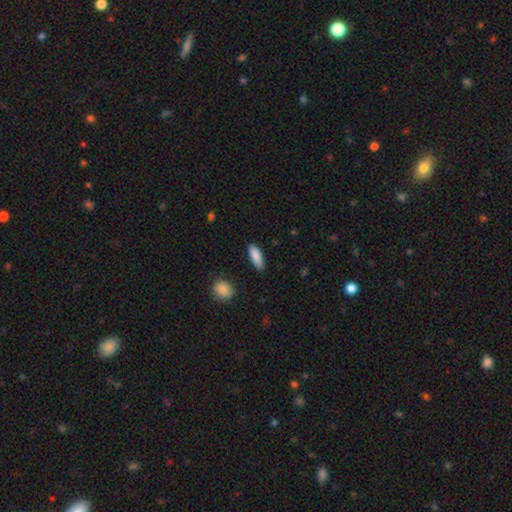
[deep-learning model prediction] Smooth or featured?
  - smooth: 87% *
  - featured or disk: 7%
  - star or artifact: 6%
How rounded?
  - in between: 66% *
  - cigar-shaped: 32%
  - round: 2%
Merging?
  - none: 84% *
  - minor disturbance: 12%
  - major disturbance: 2%
  - merger: 2%